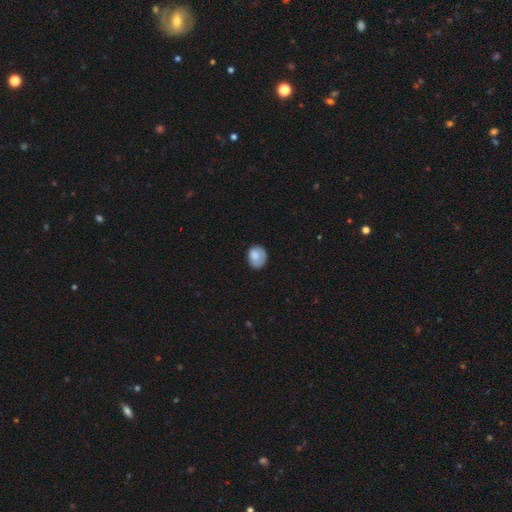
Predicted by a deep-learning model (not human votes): A smooth galaxy with no disk features (75%) that is round (65%). Merging: none (64%).